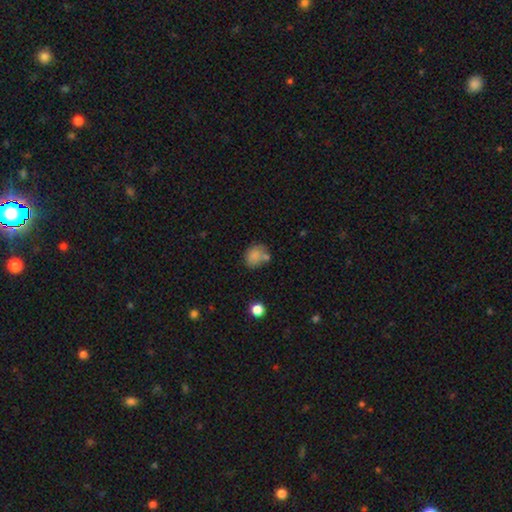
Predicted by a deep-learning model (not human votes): smooth_or_featured: smooth (p=0.79) [alt: featured or disk p=0.11]
how_rounded: in between (p=0.52) [alt: round p=0.47]
merging: none (p=0.51) [alt: minor disturbance p=0.21]